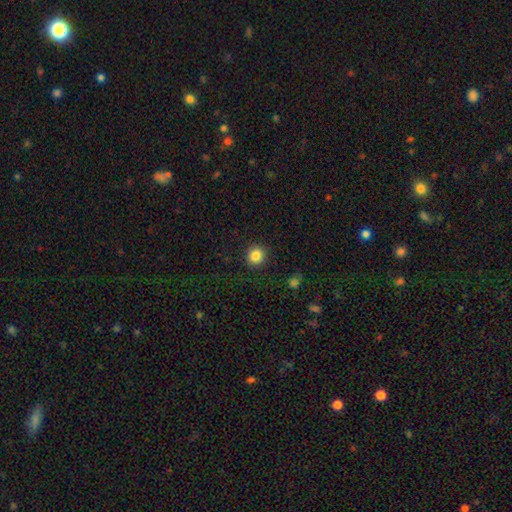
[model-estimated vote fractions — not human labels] Q: Smooth or featured?
A: smooth (85%); runner-up: star or artifact (11%)
Q: How rounded?
A: round (93%); runner-up: in between (6%)
Q: Merging?
A: none (91%); runner-up: minor disturbance (5%)